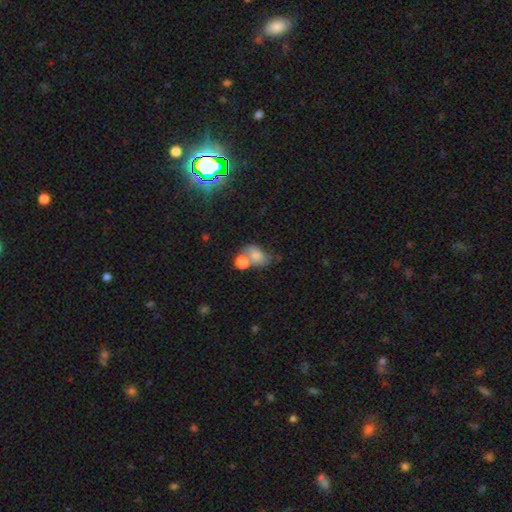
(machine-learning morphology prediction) Smooth or featured: smooth — 71% (featured or disk — 18%)
How rounded: in between — 69% (round — 29%)
Merging: merger — 45% (none — 28%)